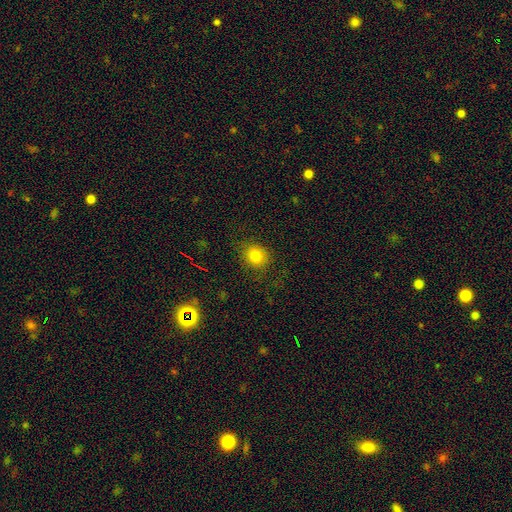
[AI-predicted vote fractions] smooth-or-featured: smooth: 79% | star or artifact: 13% | featured or disk: 7%
  how-rounded: round: 79% | in between: 20% | cigar-shaped: 1%
  merging: none: 81% | minor disturbance: 12% | major disturbance: 6% | merger: 1%